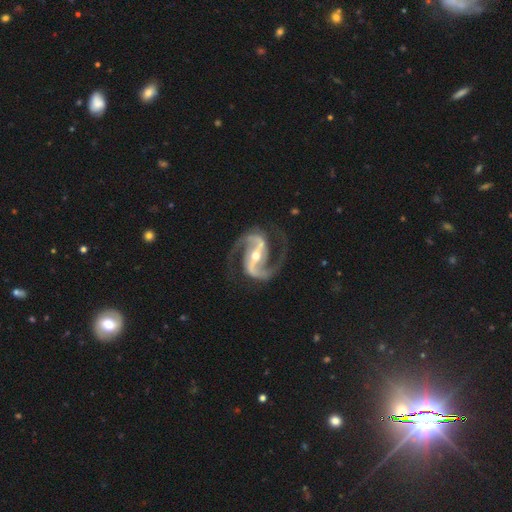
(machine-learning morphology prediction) The model was most divided on "bulge size": moderate: 61%, small: 35%, large: 3%, none: 1%, dominant: 1%. More confident: spiral arms — yes (99%); edge-on disk — no (98%); smooth or featured — featured or disk (95%); spiral arm count — 2 (95%); merging — none (81%); bar — strong (66%); spiral winding — medium (65%).